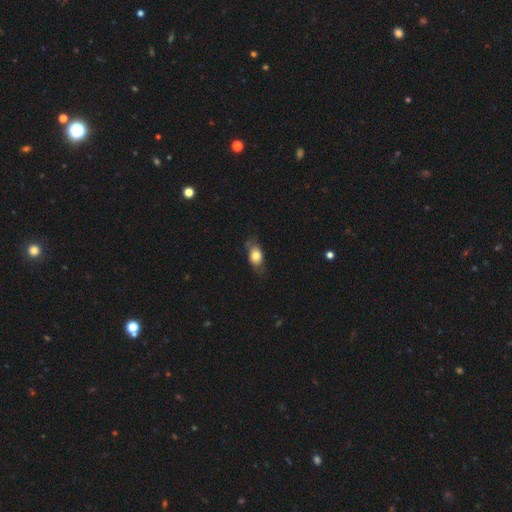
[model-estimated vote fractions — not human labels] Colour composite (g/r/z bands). It shows a smooth galaxy with no disk features (72%) that is in between round and cigar-shaped (81%). Merging: none (64%).